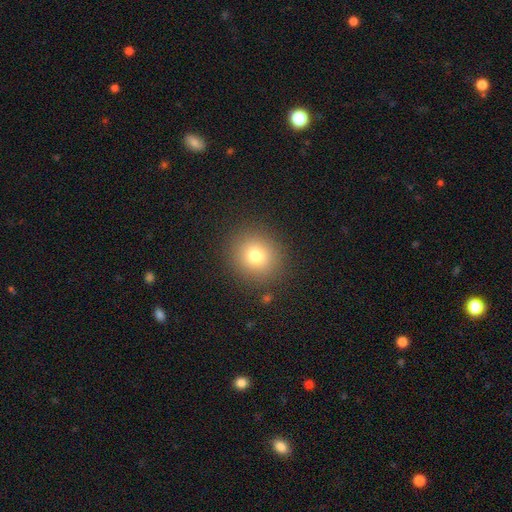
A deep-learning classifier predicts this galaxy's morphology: smooth_or_featured: smooth (p=0.76) [alt: star or artifact p=0.15]
how_rounded: round (p=0.86) [alt: in between p=0.13]
merging: none (p=0.88) [alt: minor disturbance p=0.07]